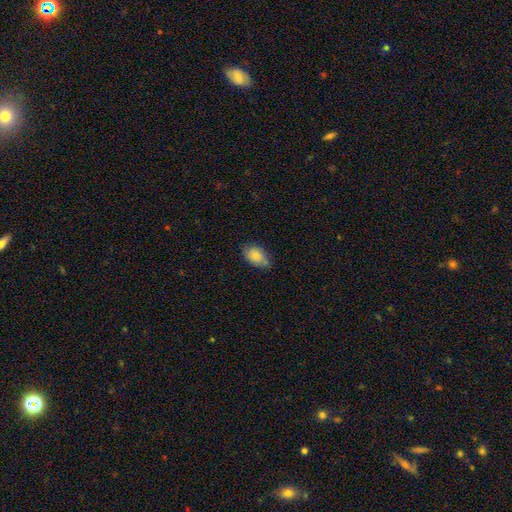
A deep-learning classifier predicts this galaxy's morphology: Smooth or featured? smooth (80%)
How rounded? in between (89%)
Merging? none (66%)